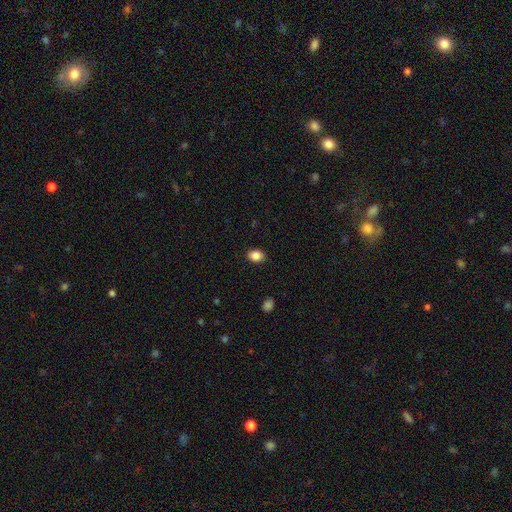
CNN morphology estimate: Smooth or featured? smooth (87%)
How rounded? in between (62%)
Merging? none (88%)